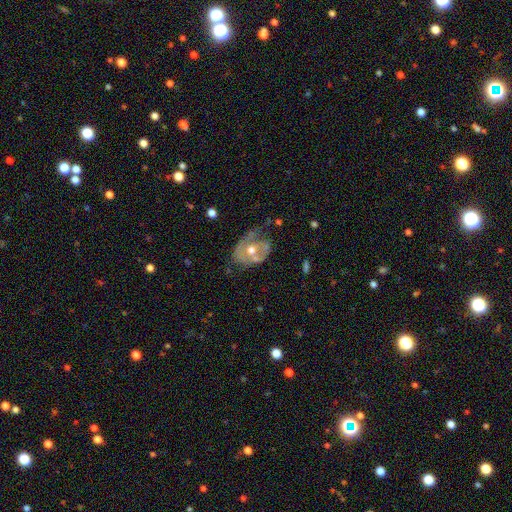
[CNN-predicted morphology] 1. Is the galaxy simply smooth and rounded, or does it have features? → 74% featured or disk, 17% smooth, 8% star or artifact.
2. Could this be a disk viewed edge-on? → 96% no, 4% yes.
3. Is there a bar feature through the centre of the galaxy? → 73% no, 20% weak, 7% strong.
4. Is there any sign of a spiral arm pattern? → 70% yes, 30% no.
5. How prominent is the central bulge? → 70% moderate, 25% small, 4% large, 1% none, 1% dominant.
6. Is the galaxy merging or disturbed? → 41% none, 30% major disturbance, 26% minor disturbance, 4% merger.